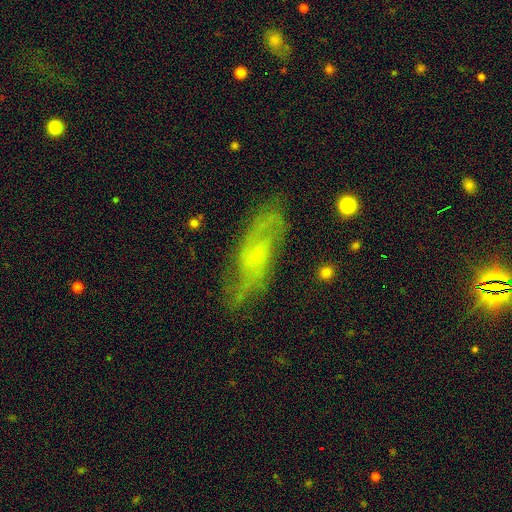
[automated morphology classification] Smooth or featured? featured or disk (76%)
Edge-on disk? no (87%)
Bar? no (46%, tied with weak)
Spiral arms? yes (91%)
Spiral winding? medium (47%)
Spiral arm count? 2 (66%)
Bulge size? small (64%)
Merging? none (75%)